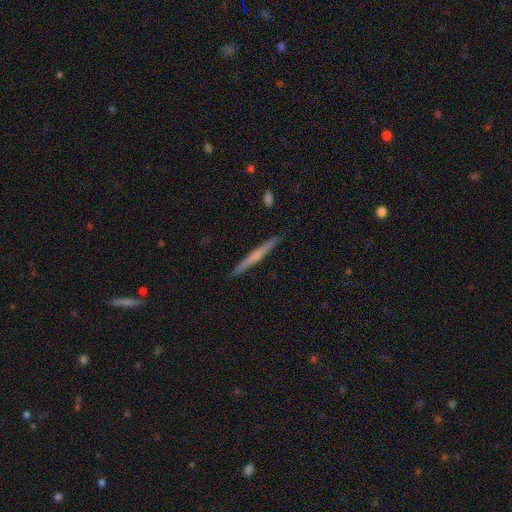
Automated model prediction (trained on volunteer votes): Smooth or featured? Predicted: smooth (p=0.50). Merging? Predicted: none (p=0.92).